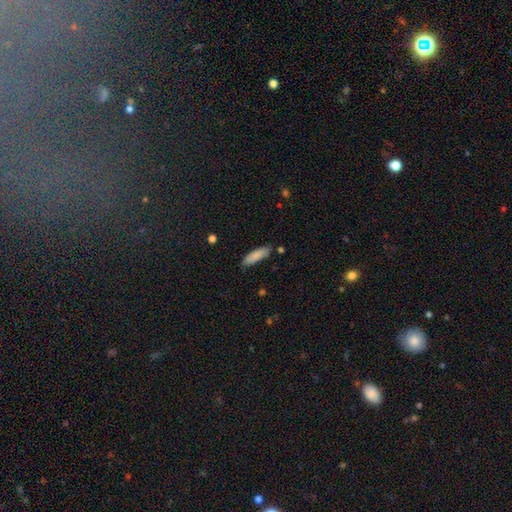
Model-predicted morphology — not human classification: Overall: smooth (85%). How rounded: cigar-shaped (62%; in between 37%). Merging: none (83%).